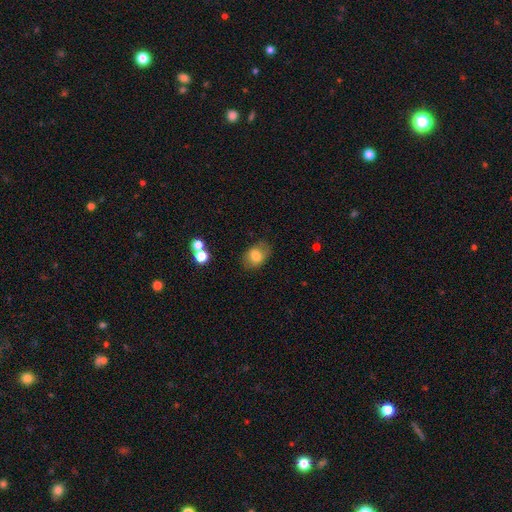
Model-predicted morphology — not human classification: Smooth or featured: smooth — 77% (featured or disk — 14%)
How rounded: in between — 70% (round — 28%)
Merging: none — 75% (minor disturbance — 17%)